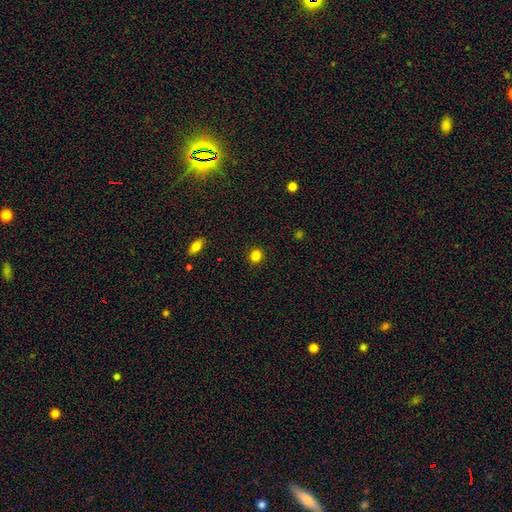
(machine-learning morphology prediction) type=smooth (84%); roundness=round (77%); merging=none (91%).